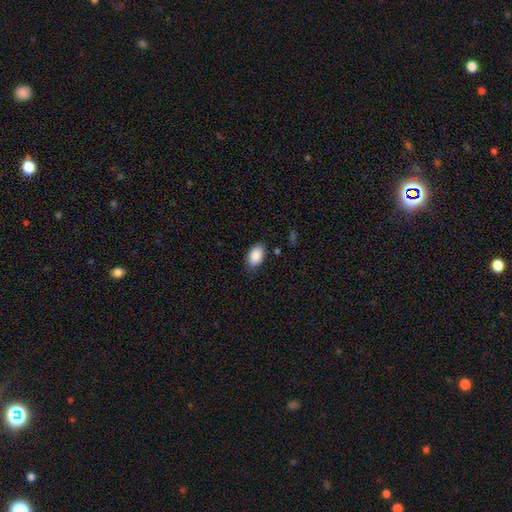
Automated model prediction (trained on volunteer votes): Smooth or featured?
  - smooth: 89% *
  - star or artifact: 7%
  - featured or disk: 4%
How rounded?
  - in between: 93% *
  - round: 5%
  - cigar-shaped: 2%
Merging?
  - none: 80% *
  - minor disturbance: 16%
  - major disturbance: 3%
  - merger: 1%